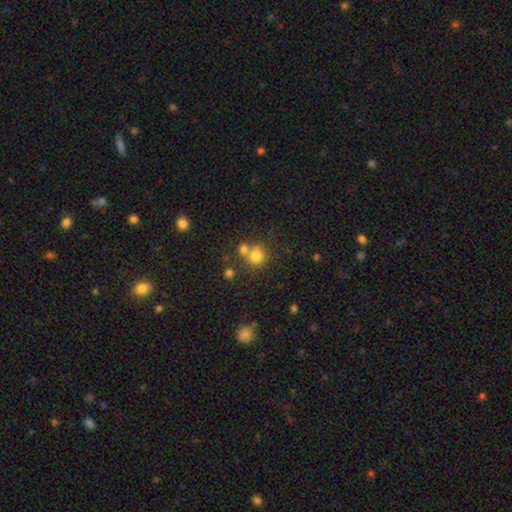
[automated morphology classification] The model was most divided on "merging": none: 50%, merger: 36%, minor disturbance: 10%, major disturbance: 4%. More confident: how rounded — round (84%); smooth or featured — smooth (75%).